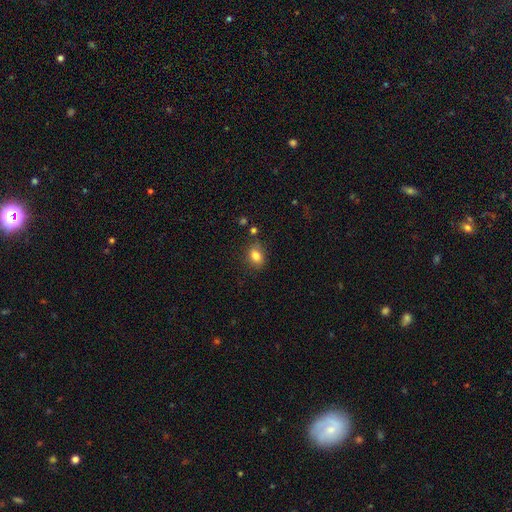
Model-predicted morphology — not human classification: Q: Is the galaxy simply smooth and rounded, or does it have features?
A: smooth — 82%.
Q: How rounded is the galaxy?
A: in between — 69%.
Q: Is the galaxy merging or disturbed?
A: none — 76%.